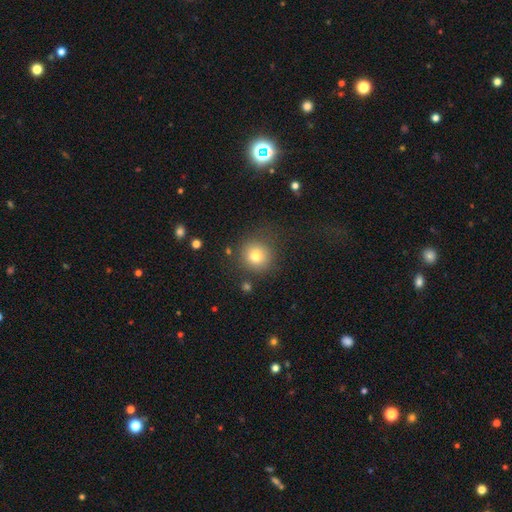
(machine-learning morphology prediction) This appears to be a smooth galaxy with no disk features (77%) that is round (92%). Merging: none (80%).